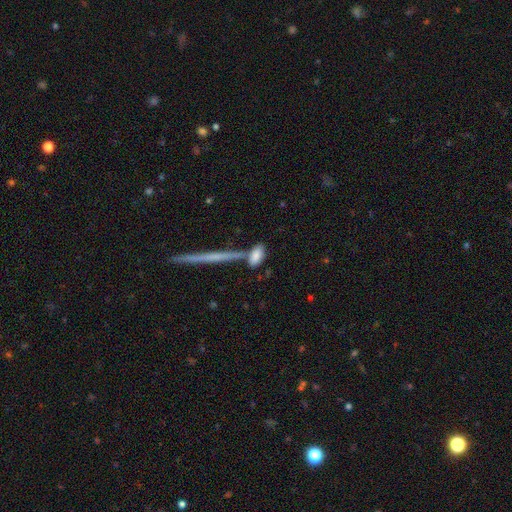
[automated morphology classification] Smooth or featured? smooth (78%)
How rounded? in between (77%)
Merging? none (55%)